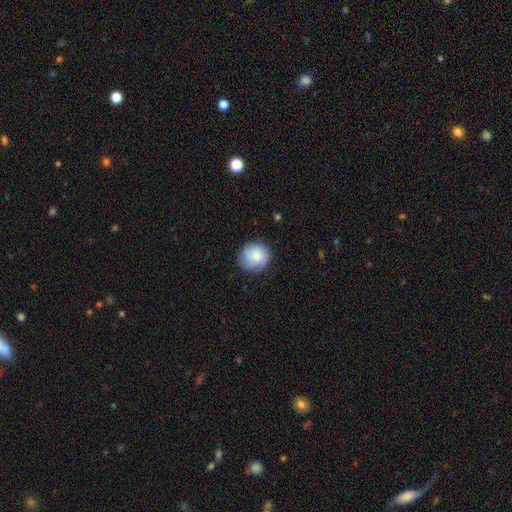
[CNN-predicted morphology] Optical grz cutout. It shows a smooth galaxy with no disk features (79%) that is round (89%). Merging: none (82%).